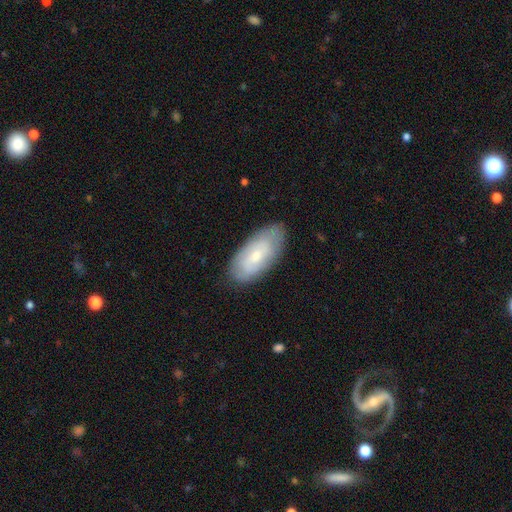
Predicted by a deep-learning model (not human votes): Smooth or featured? smooth (50%)
How rounded? in between (90%)
Merging? none (79%)